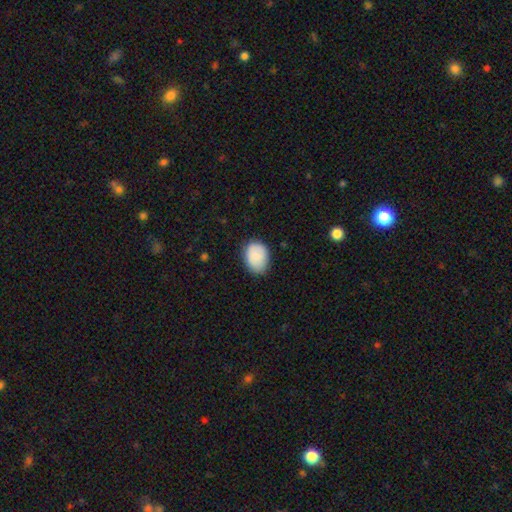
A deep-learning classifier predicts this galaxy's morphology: smooth_or_featured: smooth (p=0.87) [alt: star or artifact p=0.07]
how_rounded: in between (p=0.64) [alt: round p=0.35]
merging: none (p=0.76) [alt: minor disturbance p=0.20]